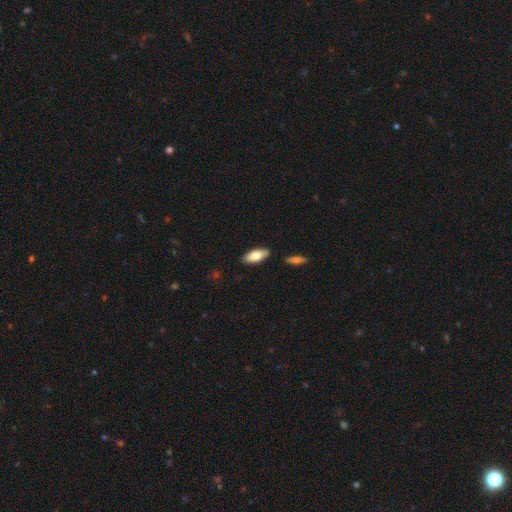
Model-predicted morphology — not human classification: smooth 80%, featured or disk 15%, star or artifact 6%. Down the decision tree: how rounded — in between (84%); merging — none (83%).